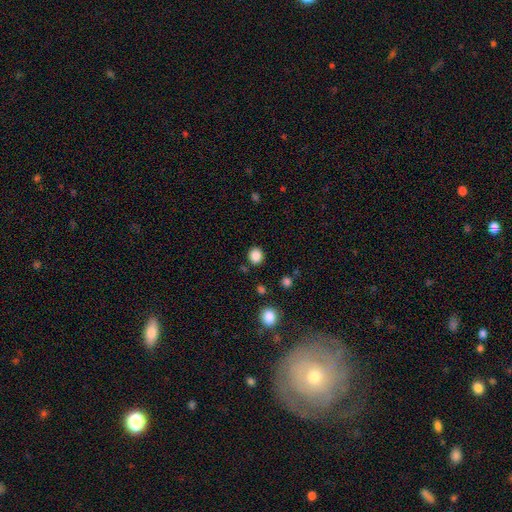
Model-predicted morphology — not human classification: A smooth galaxy with no disk features (86%) that is round (75%). Merging: none (86%).